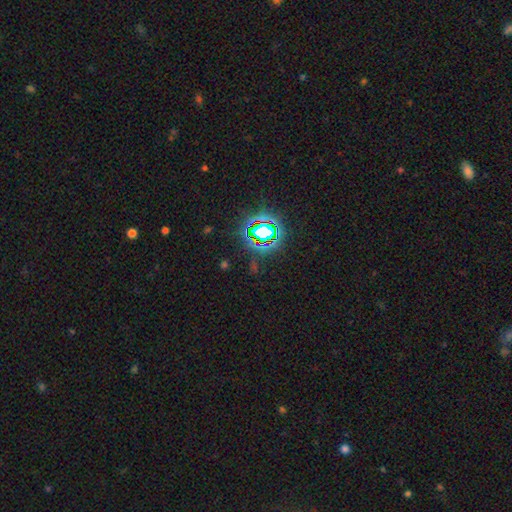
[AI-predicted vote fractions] Smooth or featured? star or artifact (81%)